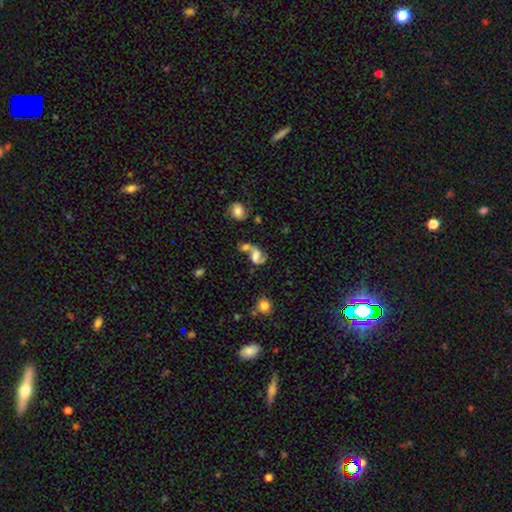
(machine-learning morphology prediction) A featured or disk galaxy (75%) with no bar (44%), 2 (86%) loose (59%) spiral arms (92%) and a moderate central bulge (30%). Merging: merger (37%).